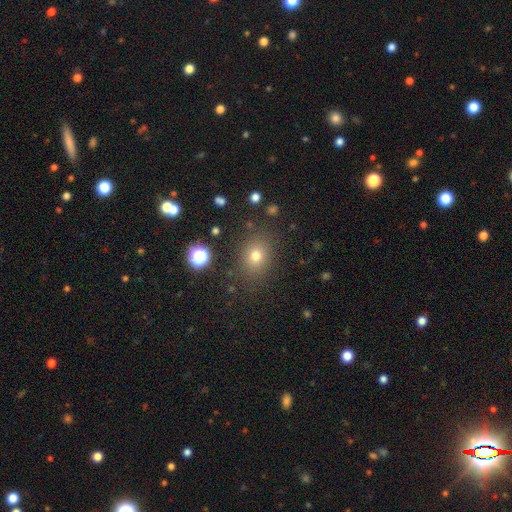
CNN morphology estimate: Smooth or featured?
  - smooth: 74% *
  - star or artifact: 17%
  - featured or disk: 9%
How rounded?
  - round: 58% *
  - in between: 41%
  - cigar-shaped: 1%
Merging?
  - none: 83% *
  - minor disturbance: 10%
  - major disturbance: 4%
  - merger: 2%